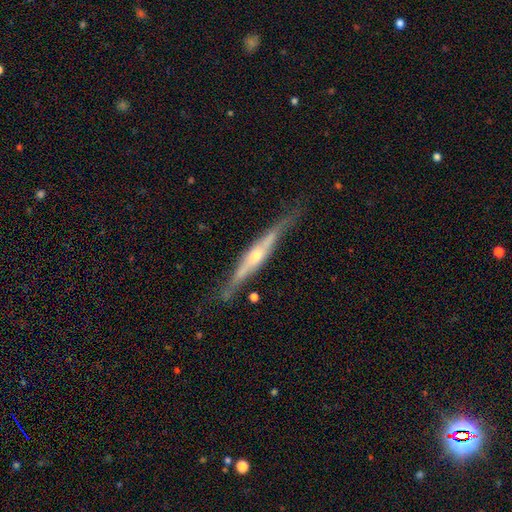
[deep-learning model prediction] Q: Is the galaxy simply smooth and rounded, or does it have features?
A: featured or disk — 76%.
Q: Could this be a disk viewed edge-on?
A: yes — 95%.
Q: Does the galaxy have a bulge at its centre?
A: rounded — 80%.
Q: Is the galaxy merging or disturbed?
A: none — 78%.